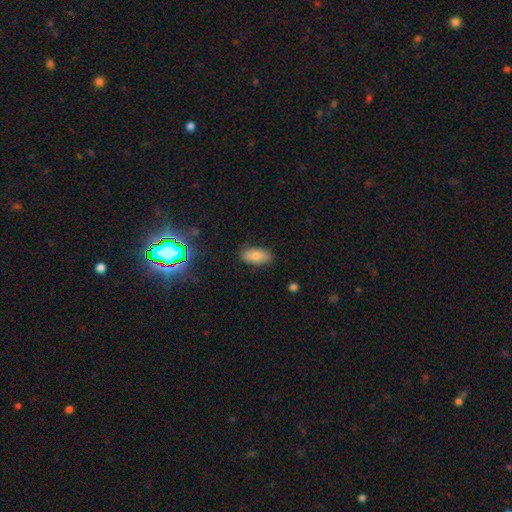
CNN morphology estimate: Smooth or featured: smooth — 79% (featured or disk — 13%)
How rounded: in between — 91% (cigar-shaped — 5%)
Merging: none — 82% (minor disturbance — 14%)